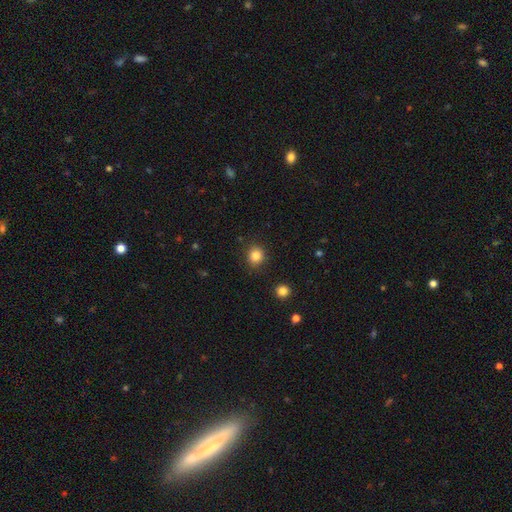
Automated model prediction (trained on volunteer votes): This is clearly a smooth galaxy (83%). How rounded: clearly round (86%). Merging: clearly none (89%).